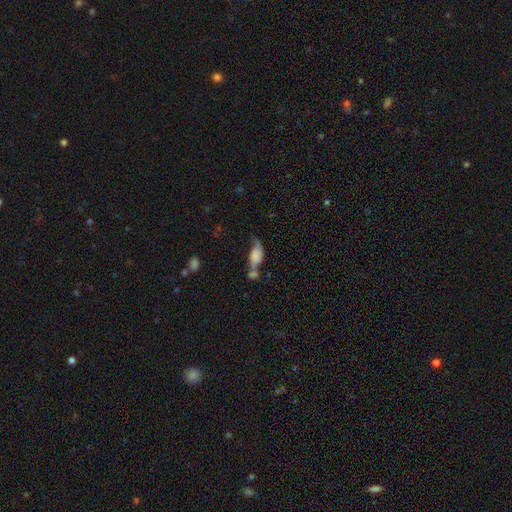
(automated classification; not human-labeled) Smooth or featured: smooth — 56% (featured or disk — 34%)
How rounded: in between — 82% (cigar-shaped — 11%)
Merging: merger — 45% (none — 22%)